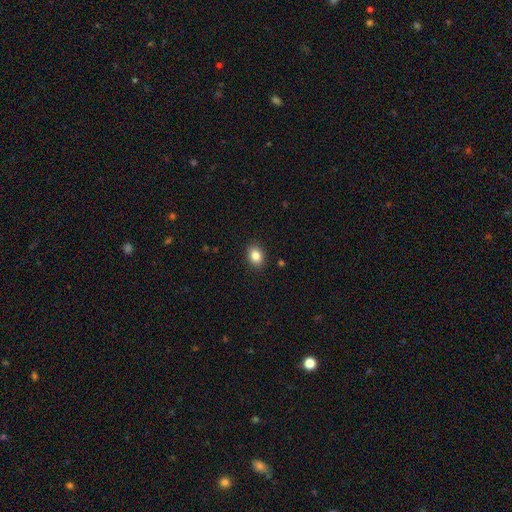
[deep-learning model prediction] Smooth or featured? Predicted: smooth (p=0.85). How rounded? Predicted: in between (p=0.67). Merging? Predicted: none (p=0.90).